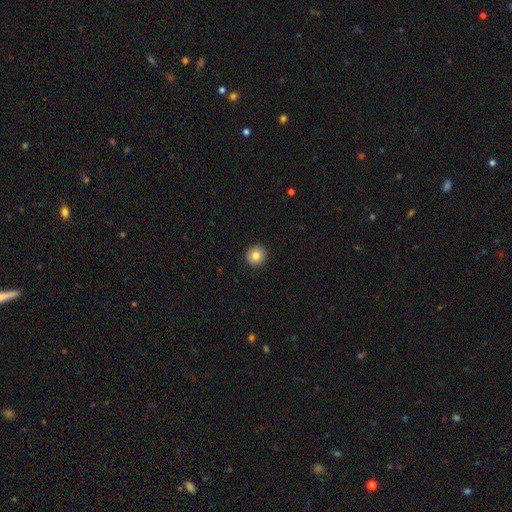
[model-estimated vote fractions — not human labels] Smooth or featured?
  - smooth: 83% *
  - star or artifact: 9%
  - featured or disk: 8%
How rounded?
  - round: 92% *
  - in between: 7%
  - cigar-shaped: 1%
Merging?
  - none: 93% *
  - minor disturbance: 5%
  - major disturbance: 1%
  - merger: 1%